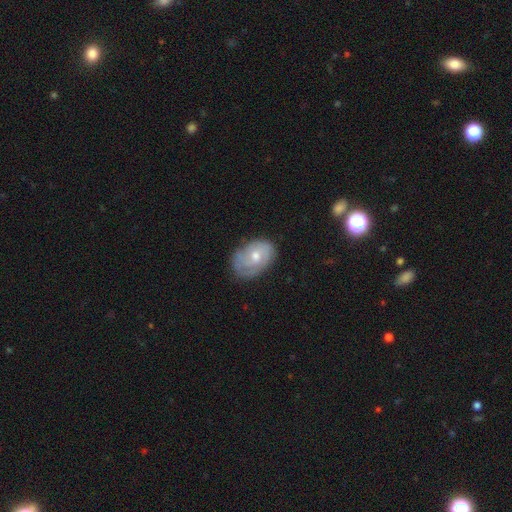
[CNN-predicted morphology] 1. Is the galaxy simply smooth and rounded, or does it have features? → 57% featured or disk, 35% smooth, 8% star or artifact.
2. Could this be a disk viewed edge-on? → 95% no, 5% yes.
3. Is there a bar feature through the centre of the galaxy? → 74% no, 23% weak, 3% strong.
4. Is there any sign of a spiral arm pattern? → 73% yes, 27% no.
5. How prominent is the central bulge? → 62% moderate, 33% small, 3% large, 2% none, 1% dominant.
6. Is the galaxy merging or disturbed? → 70% none, 22% minor disturbance, 6% major disturbance, 1% merger.